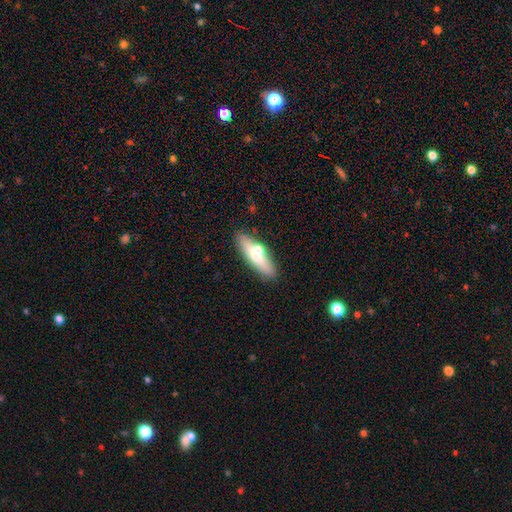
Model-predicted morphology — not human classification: smooth_or_featured: smooth (p=0.58) [alt: featured or disk p=0.35]
how_rounded: cigar-shaped (p=0.62) [alt: in between p=0.35]
merging: none (p=0.77) [alt: minor disturbance p=0.11]